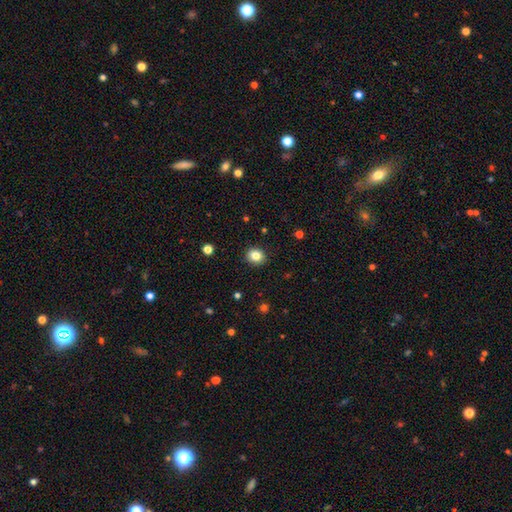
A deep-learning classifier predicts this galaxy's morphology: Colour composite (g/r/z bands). It shows a smooth galaxy with no disk features (83%) that is round (75%). Merging: none (91%).